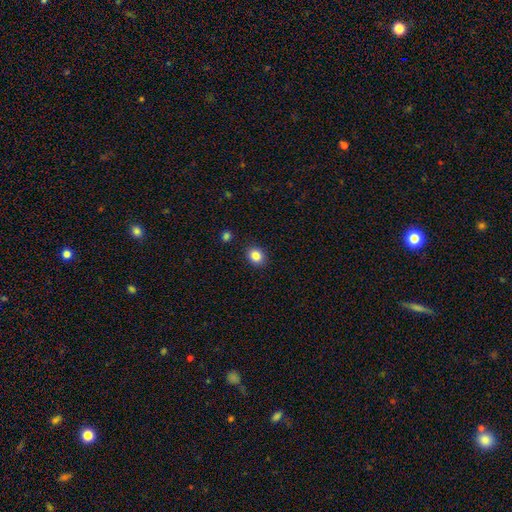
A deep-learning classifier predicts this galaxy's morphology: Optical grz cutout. It shows a smooth galaxy with no disk features (85%) that is round (57%). Merging: none (89%).